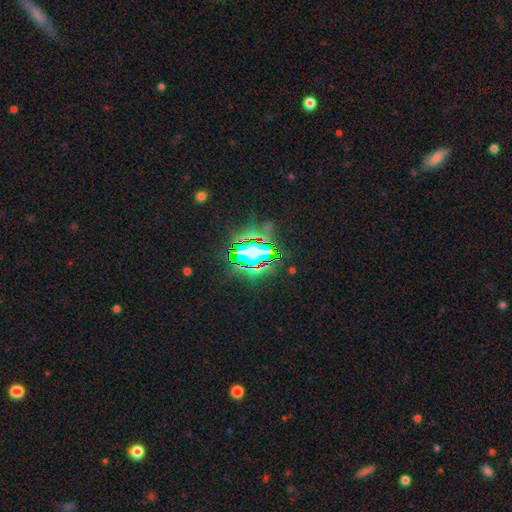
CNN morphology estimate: Q: Smooth or featured?
A: star or artifact (69%); runner-up: smooth (17%)